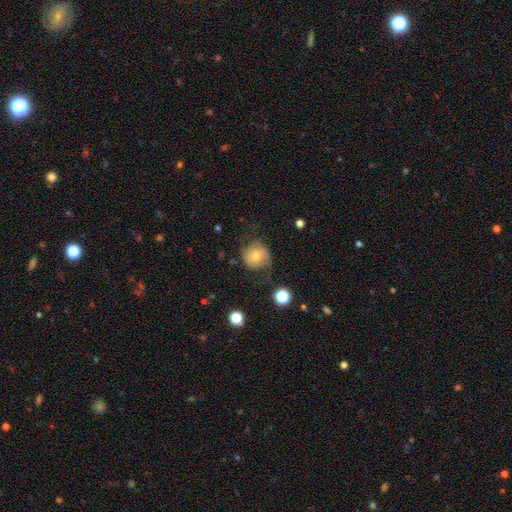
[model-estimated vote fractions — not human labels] smooth-or-featured: smooth: 58% | featured or disk: 33% | star or artifact: 9%
  how-rounded: round: 85% | in between: 14% | cigar-shaped: 1%
  merging: none: 53% | minor disturbance: 27% | major disturbance: 18% | merger: 2%